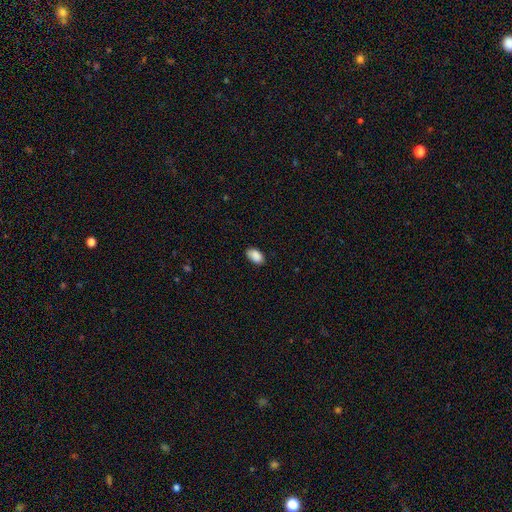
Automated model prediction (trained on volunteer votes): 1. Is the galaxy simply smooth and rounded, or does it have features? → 89% smooth, 7% star or artifact, 4% featured or disk.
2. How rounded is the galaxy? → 93% in between, 5% round, 2% cigar-shaped.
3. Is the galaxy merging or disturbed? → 81% none, 15% minor disturbance, 3% major disturbance, 1% merger.